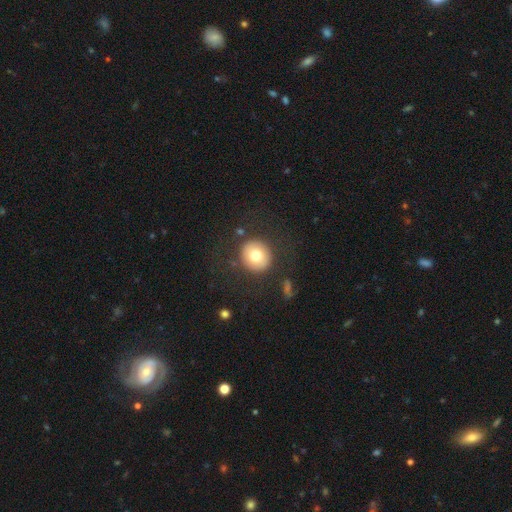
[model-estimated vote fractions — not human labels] smooth 75%, featured or disk 16%, star or artifact 9%. Down the decision tree: how rounded — round (90%); merging — none (84%).